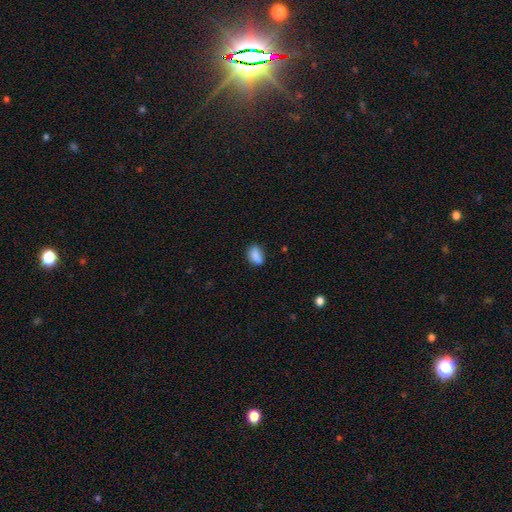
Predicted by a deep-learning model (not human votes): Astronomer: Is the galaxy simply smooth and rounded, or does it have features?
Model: smooth — 87%.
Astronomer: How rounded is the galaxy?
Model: in between — 85%.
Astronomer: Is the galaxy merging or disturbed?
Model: none — 69%.